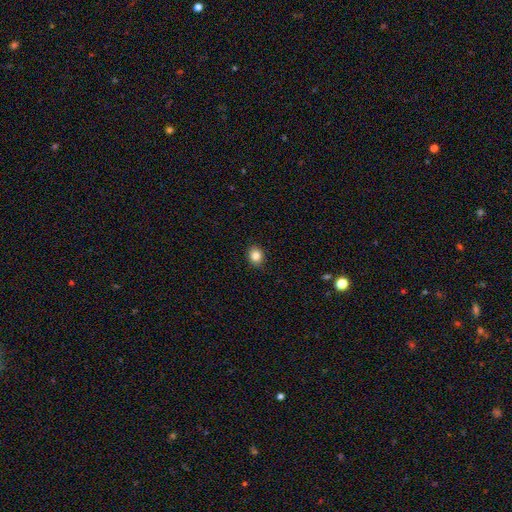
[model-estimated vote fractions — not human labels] Morphology: type=smooth (85%); roundness=round (64%); merging=none (89%).